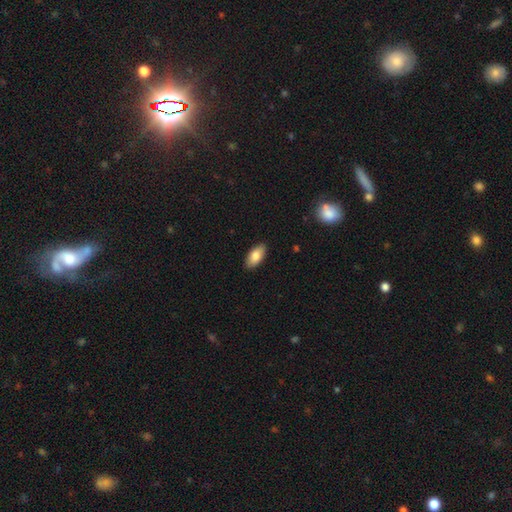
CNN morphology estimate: A smooth galaxy with no disk features (83%) that is in between round and cigar-shaped (92%).

Vote fractions:
- Smooth or featured? smooth: 83% / featured or disk: 11% / star or artifact: 6%
- How rounded? in between: 92% / cigar-shaped: 5% / round: 3%
- Merging? none: 89% / minor disturbance: 8% / major disturbance: 2% / merger: 1%